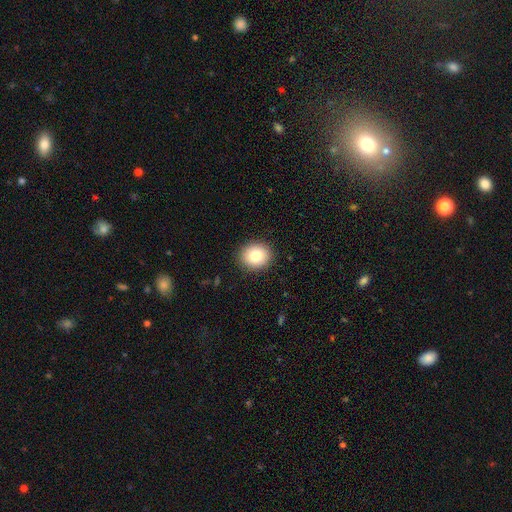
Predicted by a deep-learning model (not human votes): Overall: smooth (80%). How rounded: round (76%). Merging: none (91%).